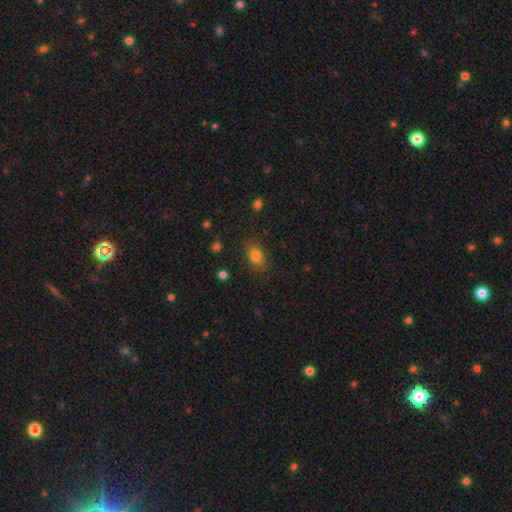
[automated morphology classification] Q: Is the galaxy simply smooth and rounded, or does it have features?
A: smooth — 81%.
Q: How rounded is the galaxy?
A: in between — 72%.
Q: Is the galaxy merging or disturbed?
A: none — 82%.